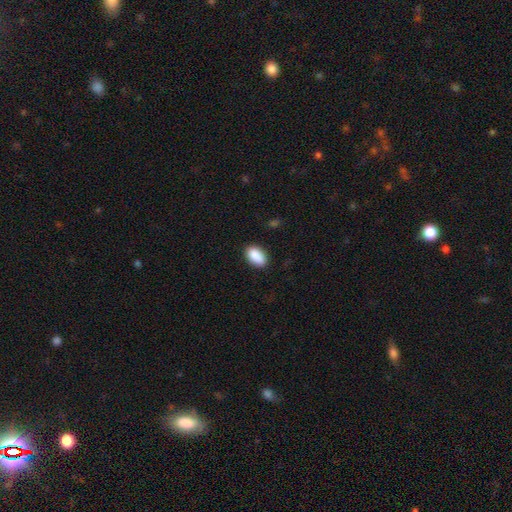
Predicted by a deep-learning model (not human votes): Smooth or featured: smooth — 90% (star or artifact — 7%)
How rounded: in between — 92% (round — 6%)
Merging: none — 86% (minor disturbance — 11%)